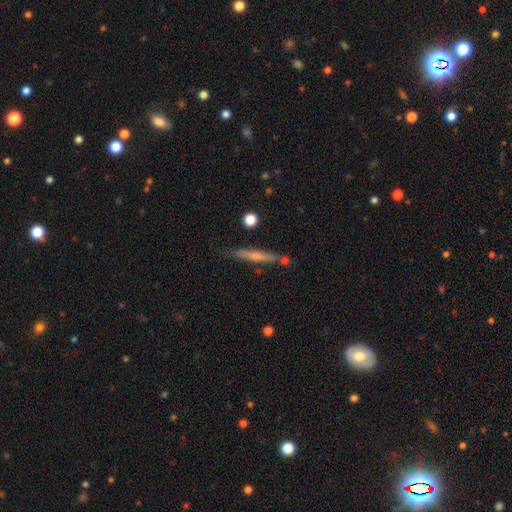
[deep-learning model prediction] This appears to be a smooth galaxy with no disk features (54%) that is cigar-shaped (94%). Merging: none (77%).